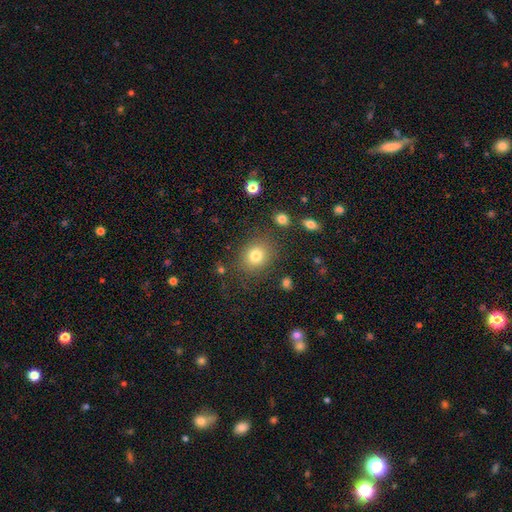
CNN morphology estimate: smooth 79%, star or artifact 12%, featured or disk 8%. Down the decision tree: how rounded — round (72%); merging — none (82%).